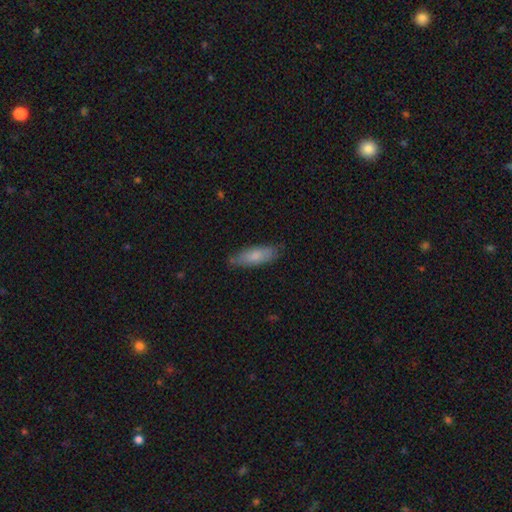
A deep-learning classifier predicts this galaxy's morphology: The model was most divided on "how rounded": in between: 59%, cigar-shaped: 39%, round: 2%. More confident: merging — none (77%); smooth or featured — smooth (76%).